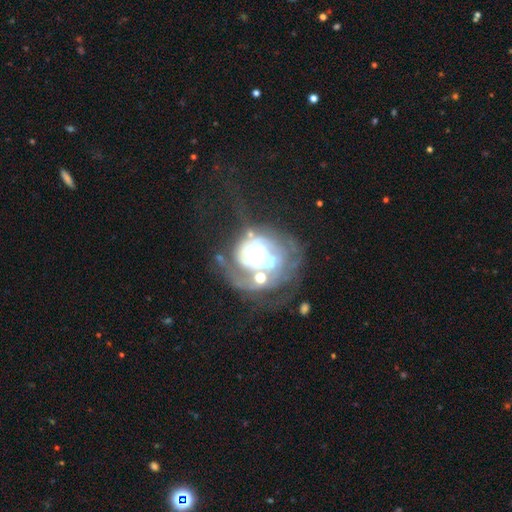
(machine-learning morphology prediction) type=featured or disk (79%); edge-on=no (97%); bar=no (76%); spiral arms=yes (79%); winding=tight (61%); arm count=can't tell (36%); bulge=moderate (47%); merging=major disturbance (33%, tied with none).